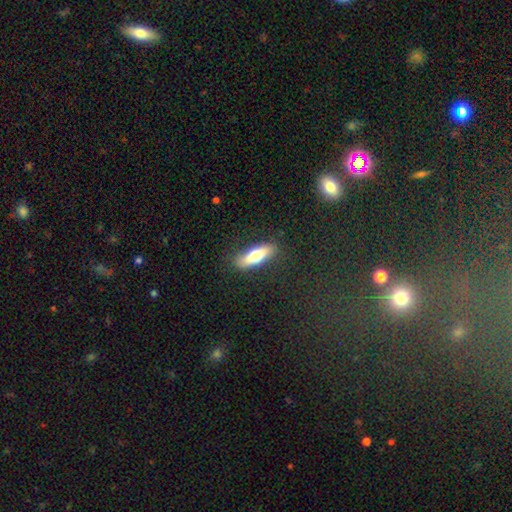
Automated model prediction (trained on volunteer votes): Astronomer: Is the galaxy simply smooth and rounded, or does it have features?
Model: smooth — 62%.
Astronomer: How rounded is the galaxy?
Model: cigar-shaped — 60% (runner-up: in between, 38%).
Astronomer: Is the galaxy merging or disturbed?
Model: none — 85%.